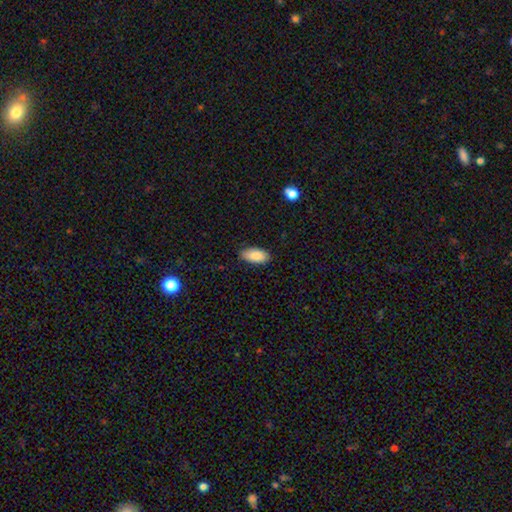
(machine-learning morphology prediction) This is clearly a smooth galaxy (87%). How rounded: clearly in between (93%). Merging: clearly none (87%).